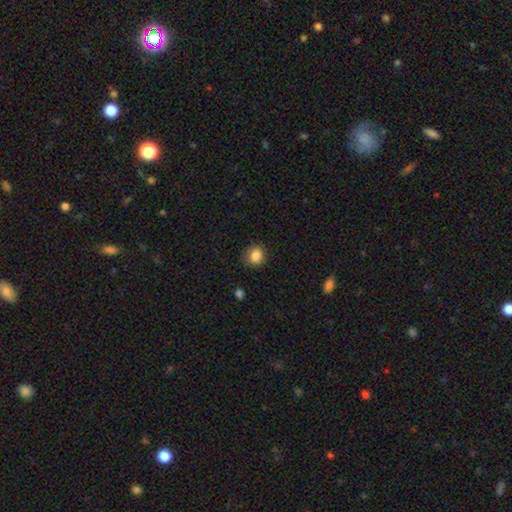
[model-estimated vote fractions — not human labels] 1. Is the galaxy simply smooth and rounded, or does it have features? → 84% smooth, 10% star or artifact, 6% featured or disk.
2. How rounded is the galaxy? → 70% round, 29% in between, 1% cigar-shaped.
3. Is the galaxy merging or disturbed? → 81% none, 14% minor disturbance, 3% major disturbance, 1% merger.